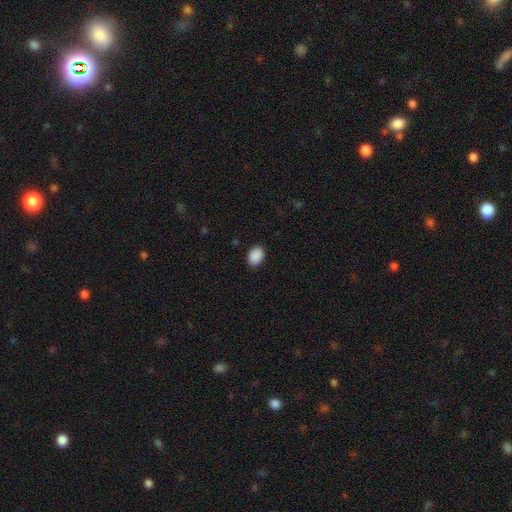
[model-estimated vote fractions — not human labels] Smooth or featured?
  - smooth: 90% *
  - star or artifact: 7%
  - featured or disk: 2%
How rounded?
  - in between: 72% *
  - round: 27%
  - cigar-shaped: 1%
Merging?
  - none: 88% *
  - minor disturbance: 9%
  - major disturbance: 2%
  - merger: 1%